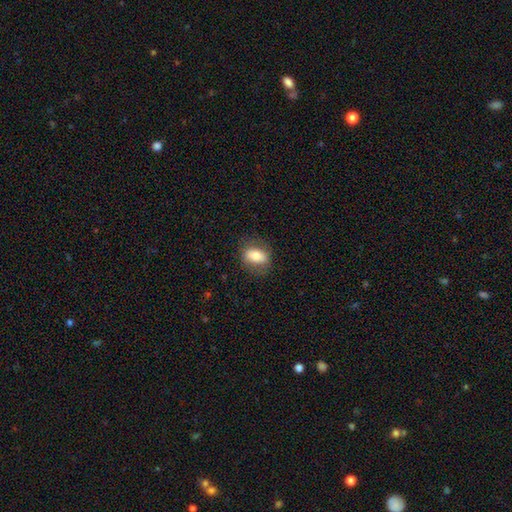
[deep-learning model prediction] Smooth or featured: smooth — 72% (featured or disk — 21%)
How rounded: in between — 74% (round — 22%)
Merging: none — 79% (minor disturbance — 15%)